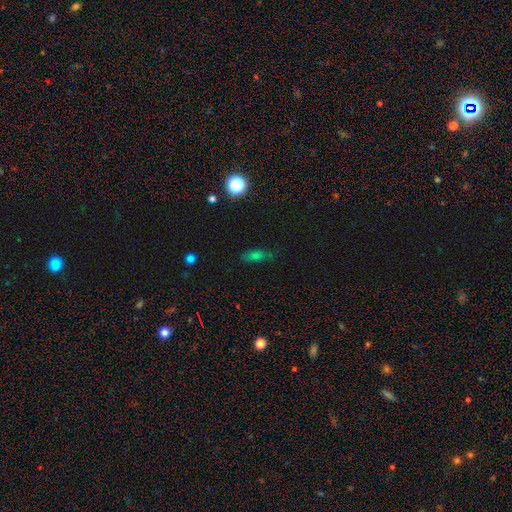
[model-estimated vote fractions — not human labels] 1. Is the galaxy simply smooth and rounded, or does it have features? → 57% smooth, 22% star or artifact, 21% featured or disk.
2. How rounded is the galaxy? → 58% in between, 31% cigar-shaped, 11% round.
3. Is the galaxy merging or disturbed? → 76% none, 17% minor disturbance, 5% major disturbance, 2% merger.